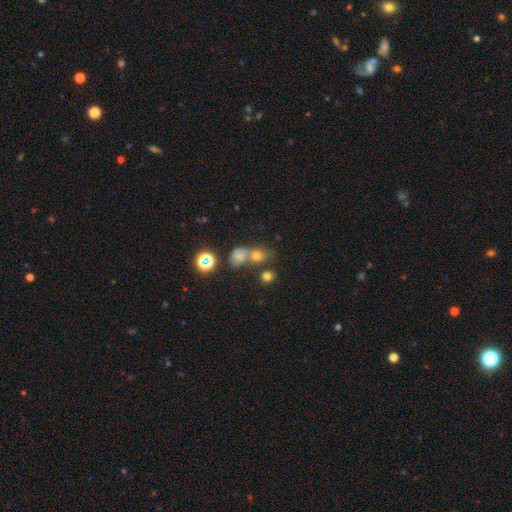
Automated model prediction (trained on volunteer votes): smooth-or-featured: smooth: 51% | star or artifact: 34% | featured or disk: 15%
  how-rounded: round: 76% | in between: 22% | cigar-shaped: 2%
  merging: none: 45% | merger: 41% | minor disturbance: 8% | major disturbance: 6%